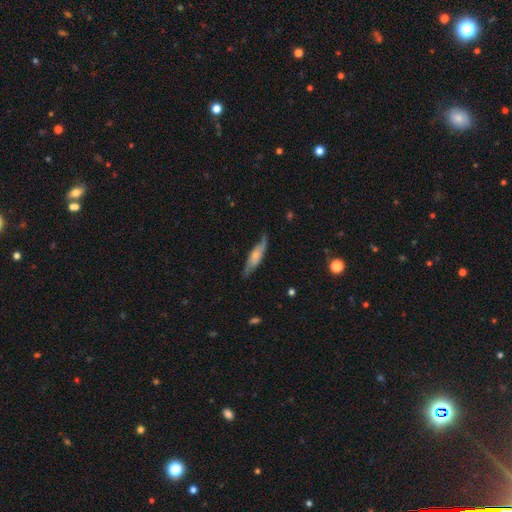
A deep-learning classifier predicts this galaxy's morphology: A smooth galaxy with no disk features (51%) that is cigar-shaped (65%). Merging: none (67%).